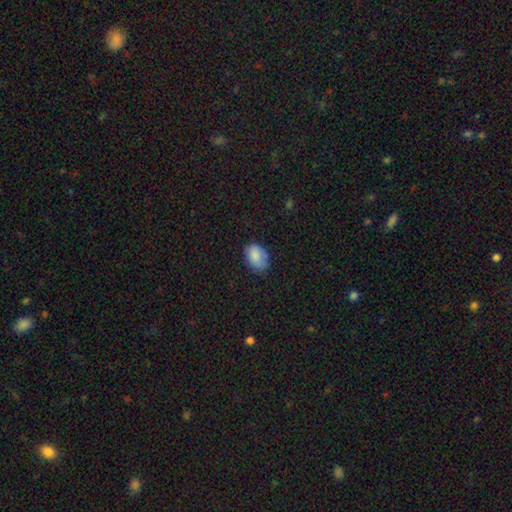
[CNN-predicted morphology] type=smooth (86%); roundness=in between (83%); merging=none (70%).